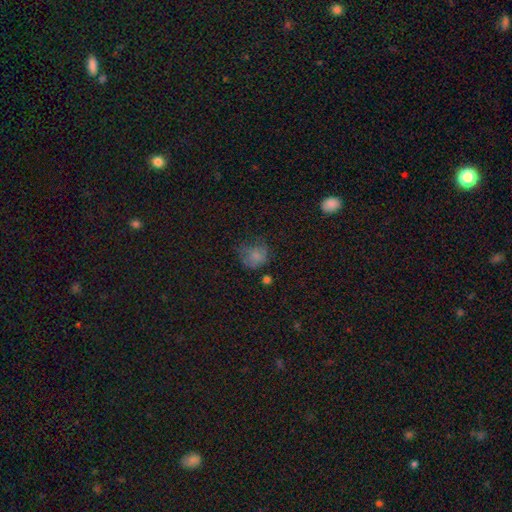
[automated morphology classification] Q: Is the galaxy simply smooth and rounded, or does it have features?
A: smooth — 71%.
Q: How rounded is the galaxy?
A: round — 70%.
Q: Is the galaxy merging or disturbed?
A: none — 45%.